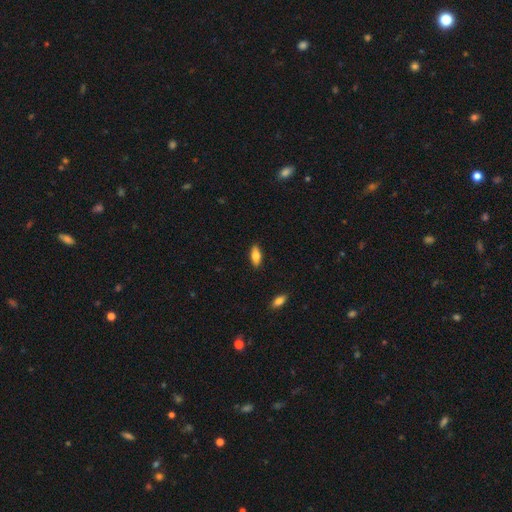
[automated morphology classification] Smooth or featured: smooth — 76% (featured or disk — 17%)
How rounded: in between — 79% (cigar-shaped — 19%)
Merging: none — 88% (minor disturbance — 9%)